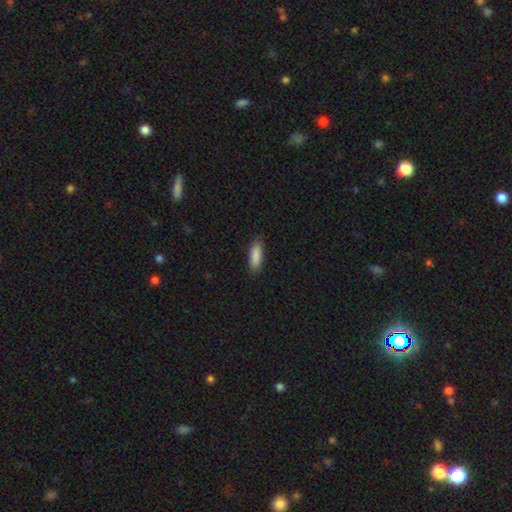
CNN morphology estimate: A smooth galaxy with no disk features (89%) that is in between round and cigar-shaped (65%).

Vote fractions:
- Smooth or featured? smooth: 89% / star or artifact: 6% / featured or disk: 5%
- How rounded? in between: 65% / cigar-shaped: 33% / round: 2%
- Merging? none: 86% / minor disturbance: 11% / major disturbance: 2% / merger: 1%